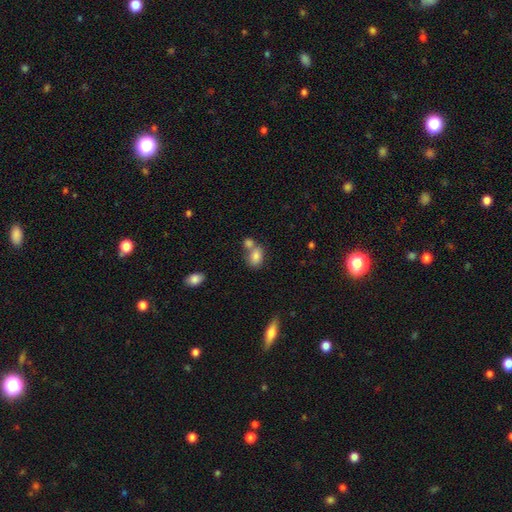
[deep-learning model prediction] The model was most divided on "merging": none: 44%, merger: 41%, minor disturbance: 12%, major disturbance: 4%. More confident: smooth or featured — smooth (81%); how rounded — in between (81%).